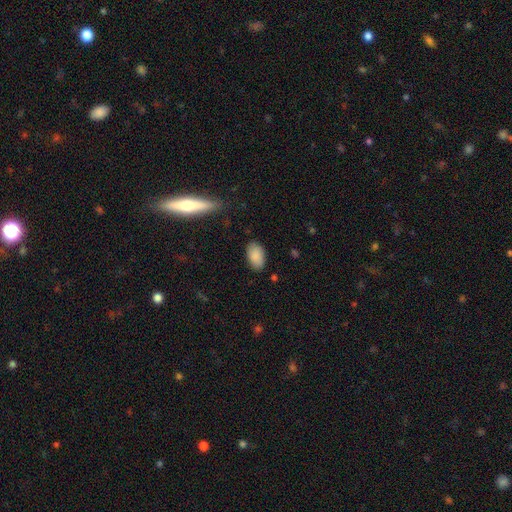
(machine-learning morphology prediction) smooth-or-featured: smooth: 88% | star or artifact: 7% | featured or disk: 5%
  how-rounded: in between: 93% | round: 6% | cigar-shaped: 2%
  merging: none: 83% | minor disturbance: 12% | major disturbance: 3% | merger: 1%